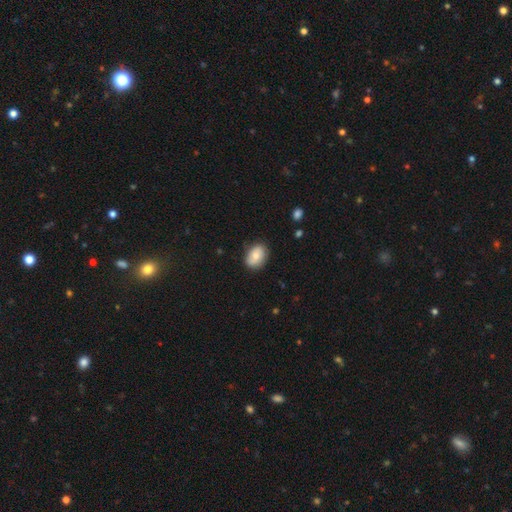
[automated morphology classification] smooth 71%, featured or disk 22%, star or artifact 7%. Down the decision tree: how rounded — in between (75%); merging — none (77%).